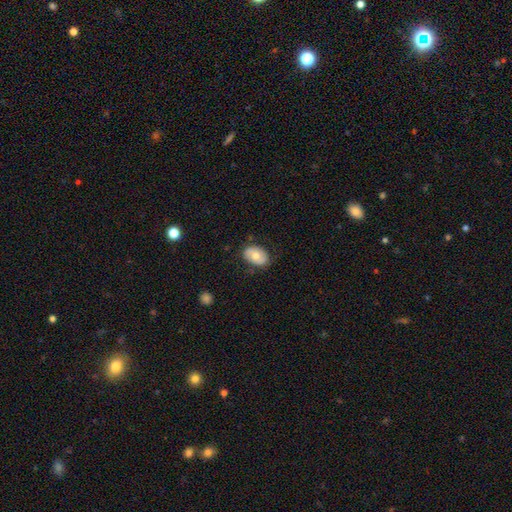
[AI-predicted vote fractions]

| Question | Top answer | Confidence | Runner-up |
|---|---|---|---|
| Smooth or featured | smooth | 66% | featured or disk (27%) |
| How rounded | in between | 82% | round (17%) |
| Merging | none | 78% | minor disturbance (17%) |